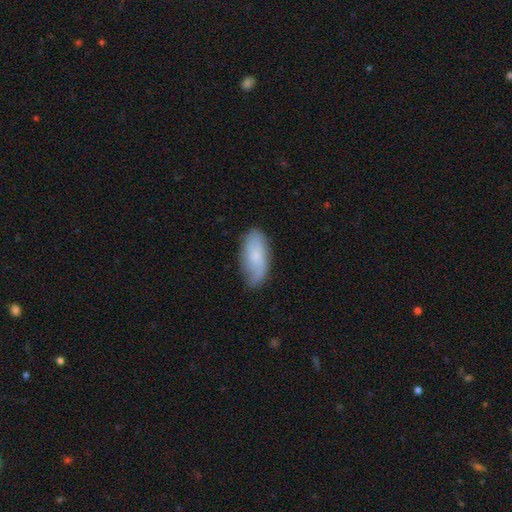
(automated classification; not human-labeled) Q: Smooth or featured?
A: smooth (62%); runner-up: featured or disk (31%)
Q: How rounded?
A: in between (89%); runner-up: cigar-shaped (8%)
Q: Merging?
A: none (70%); runner-up: minor disturbance (24%)